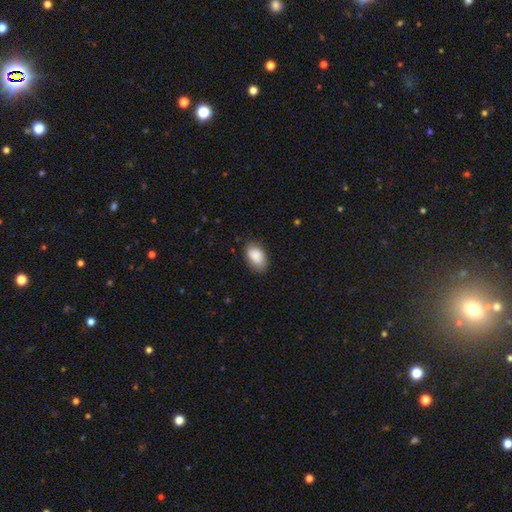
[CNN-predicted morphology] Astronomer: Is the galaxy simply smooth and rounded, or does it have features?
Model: smooth — 88%.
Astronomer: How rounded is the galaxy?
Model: in between — 91%.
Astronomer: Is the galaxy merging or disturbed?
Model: none — 79%.